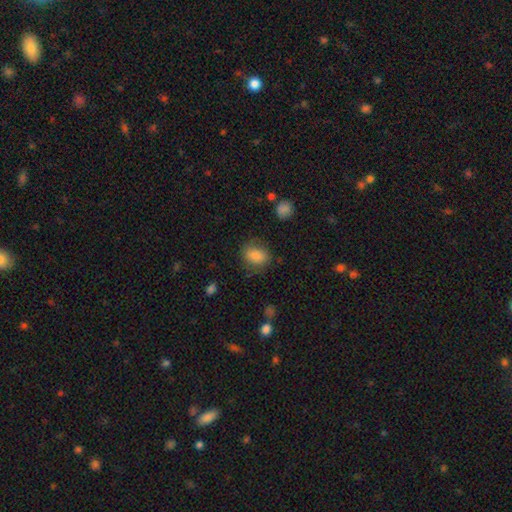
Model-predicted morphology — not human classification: smooth-or-featured: smooth: 83% | star or artifact: 9% | featured or disk: 8%
  how-rounded: in between: 64% | round: 35% | cigar-shaped: 1%
  merging: none: 70% | minor disturbance: 19% | major disturbance: 9% | merger: 2%